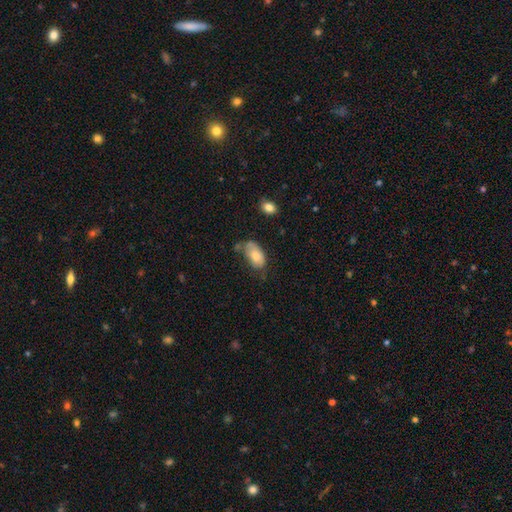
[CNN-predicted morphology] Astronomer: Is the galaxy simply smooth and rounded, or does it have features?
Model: smooth — 77%.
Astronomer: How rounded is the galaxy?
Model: in between — 93%.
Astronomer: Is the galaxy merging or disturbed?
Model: none — 43% (runner-up: minor disturbance, 32%).